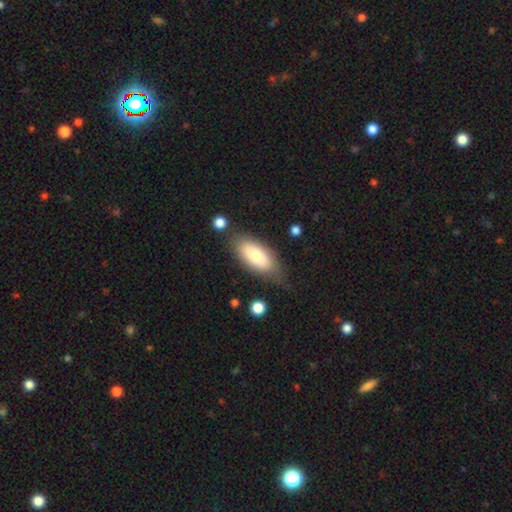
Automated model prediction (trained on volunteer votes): Smooth or featured: smooth — 73% (featured or disk — 21%)
How rounded: in between — 88% (cigar-shaped — 9%)
Merging: none — 66% (minor disturbance — 22%)